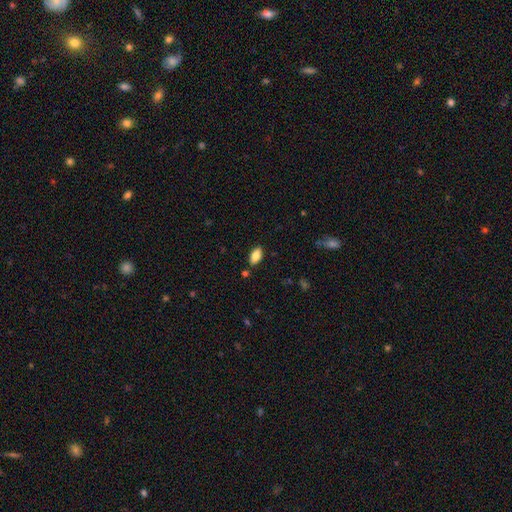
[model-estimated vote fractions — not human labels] Q: Smooth or featured?
A: smooth (82%); runner-up: featured or disk (10%)
Q: How rounded?
A: in between (91%); runner-up: cigar-shaped (7%)
Q: Merging?
A: none (85%); runner-up: minor disturbance (10%)